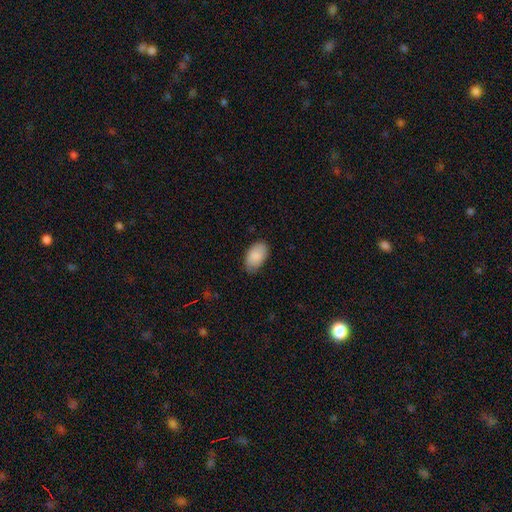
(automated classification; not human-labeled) Morphology: type=smooth (89%); roundness=in between (94%); merging=none (80%).